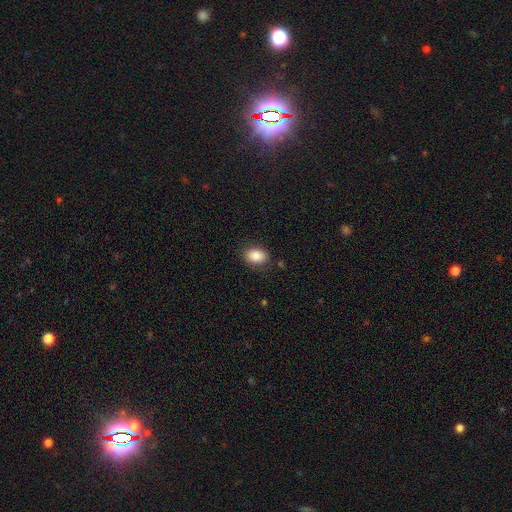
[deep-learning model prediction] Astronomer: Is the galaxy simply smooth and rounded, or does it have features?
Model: smooth — 85%.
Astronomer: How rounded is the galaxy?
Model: in between — 77%.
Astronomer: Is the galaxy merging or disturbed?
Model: none — 84%.